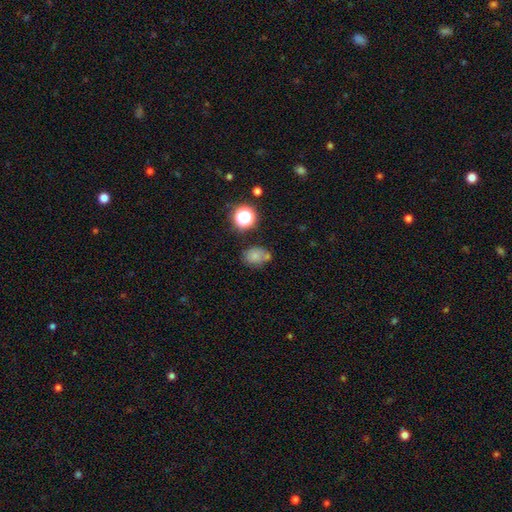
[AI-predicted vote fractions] This appears to be a smooth galaxy with no disk features (72%) that is in between round and cigar-shaped (54%). Merging: none (56%).